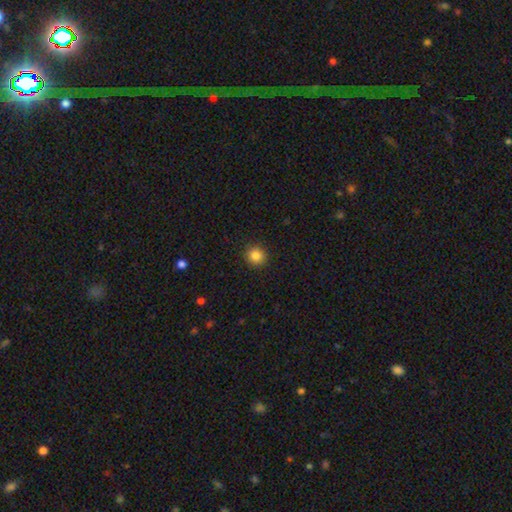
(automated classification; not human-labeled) This is clearly a smooth galaxy (85%). How rounded: clearly round (92%). Merging: clearly none (92%).